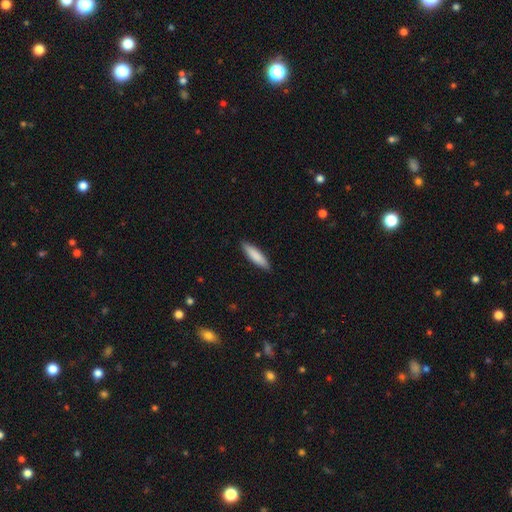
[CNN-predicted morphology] smooth 84%, featured or disk 11%, star or artifact 5%. Down the decision tree: how rounded — cigar-shaped (73%); merging — none (89%).